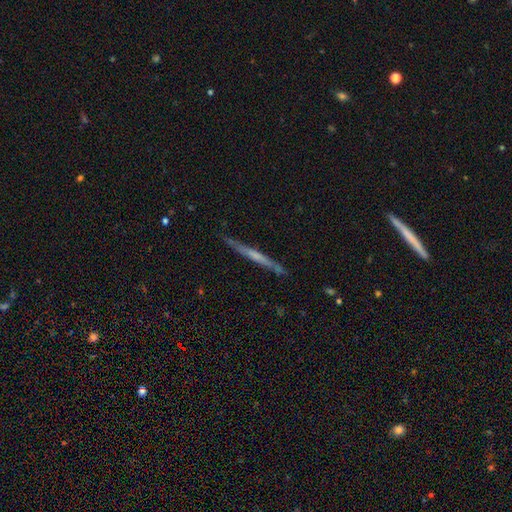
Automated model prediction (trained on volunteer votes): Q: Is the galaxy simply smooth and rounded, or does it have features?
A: featured or disk — 58%.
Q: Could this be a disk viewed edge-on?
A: yes — 96%.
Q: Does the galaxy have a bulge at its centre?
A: none — 71%.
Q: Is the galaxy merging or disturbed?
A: none — 86%.